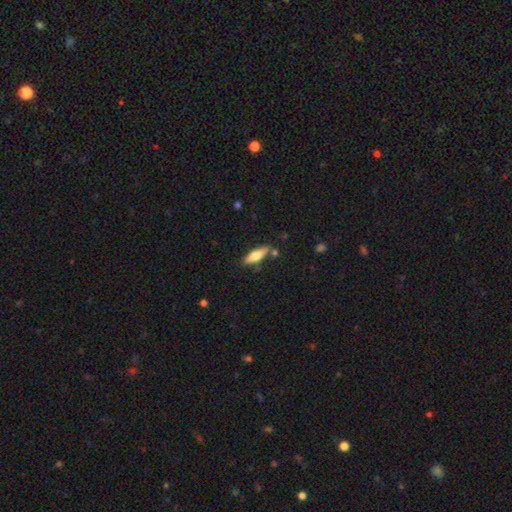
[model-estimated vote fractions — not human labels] Overall: smooth (52%; featured or disk 42%). How rounded: cigar-shaped (56%; in between 42%). Merging: none (80%).